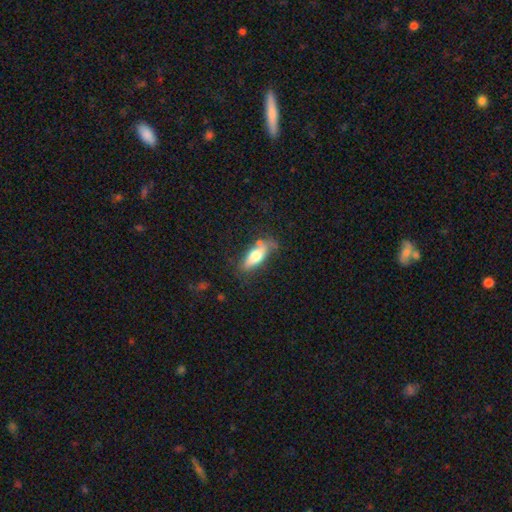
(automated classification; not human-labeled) smooth_or_featured: smooth (p=0.67) [alt: featured or disk p=0.27]
how_rounded: in between (p=0.64) [alt: cigar-shaped p=0.34]
merging: none (p=0.63) [alt: minor disturbance p=0.24]